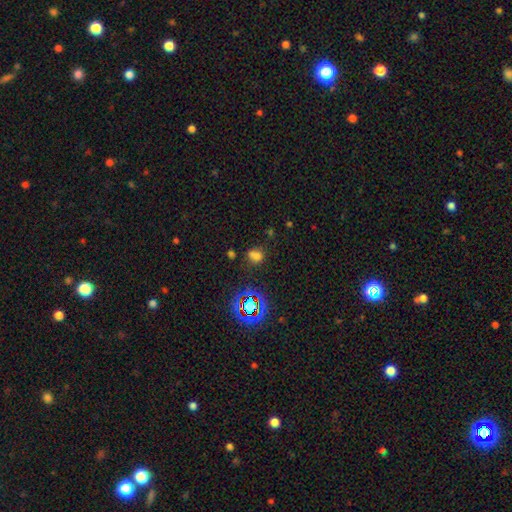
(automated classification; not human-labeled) A smooth galaxy with no disk features (62%) that is in between round and cigar-shaped (65%). Merging: none (63%).